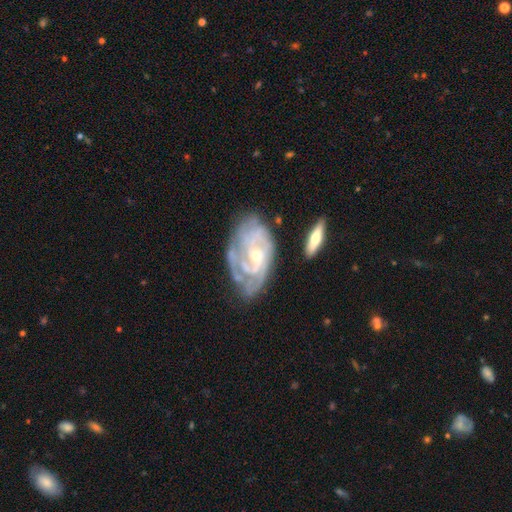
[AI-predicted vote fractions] Smooth or featured?
  - featured or disk: 85% *
  - smooth: 9%
  - star or artifact: 6%
Edge-on disk?
  - no: 96% *
  - yes: 4%
Bar?
  - no: 64% *
  - weak: 29%
  - strong: 7%
Spiral arms?
  - yes: 92% *
  - no: 8%
Spiral winding?
  - tight: 63% *
  - medium: 29%
  - loose: 7%
Spiral arm count?
  - can't tell: 36% *
  - 3: 23%
  - 2: 20%
  - 4: 11%
  - 1: 5%
  - more than 4: 5%
Bulge size?
  - small: 64% *
  - moderate: 33%
  - none: 1%
  - large: 1%
  - dominant: 1%
Merging?
  - none: 56% *
  - minor disturbance: 24%
  - major disturbance: 14%
  - merger: 5%